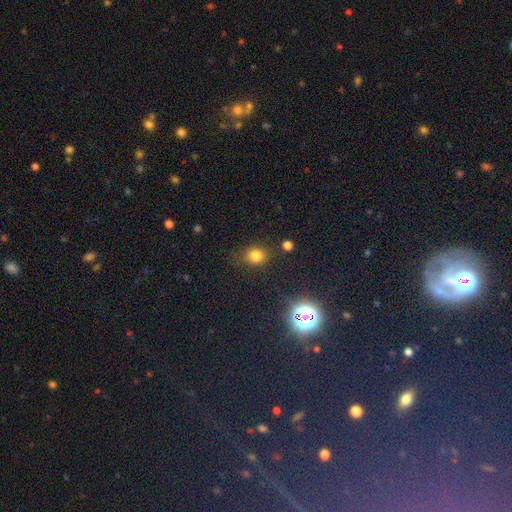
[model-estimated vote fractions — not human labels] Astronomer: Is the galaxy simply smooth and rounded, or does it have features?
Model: smooth — 77%.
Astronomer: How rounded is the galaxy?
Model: round — 70%.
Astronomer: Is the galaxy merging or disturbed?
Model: none — 82%.